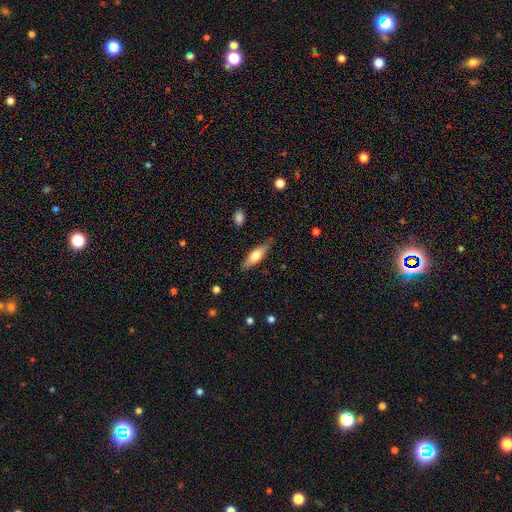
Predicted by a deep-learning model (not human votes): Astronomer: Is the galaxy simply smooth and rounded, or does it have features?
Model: smooth — 51% (runner-up: featured or disk, 43%).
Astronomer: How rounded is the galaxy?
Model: cigar-shaped — 55% (runner-up: in between, 43%).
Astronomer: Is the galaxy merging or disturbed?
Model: none — 82%.